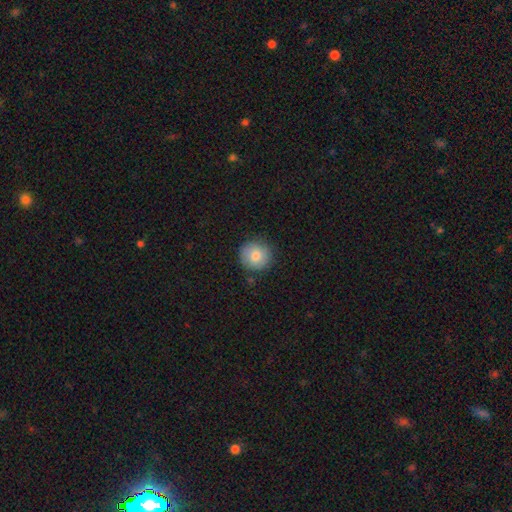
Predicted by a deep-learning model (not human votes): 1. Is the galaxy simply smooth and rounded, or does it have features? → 80% smooth, 11% featured or disk, 9% star or artifact.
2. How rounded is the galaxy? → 94% round, 5% in between, 1% cigar-shaped.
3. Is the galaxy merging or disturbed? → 85% none, 11% minor disturbance, 2% major disturbance, 2% merger.